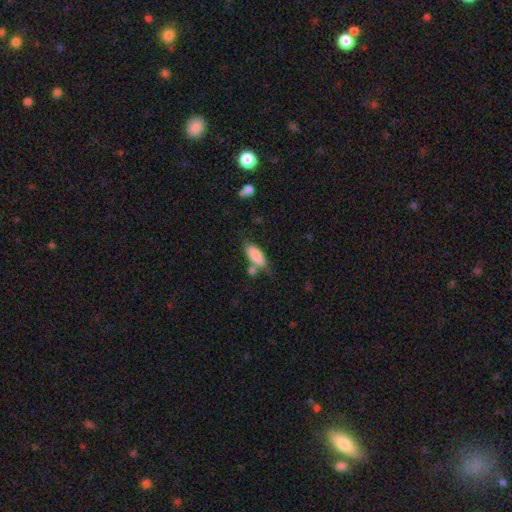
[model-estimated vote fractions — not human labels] Smooth or featured: smooth — 85% (featured or disk — 8%)
How rounded: in between — 83% (cigar-shaped — 14%)
Merging: none — 52% (minor disturbance — 22%)